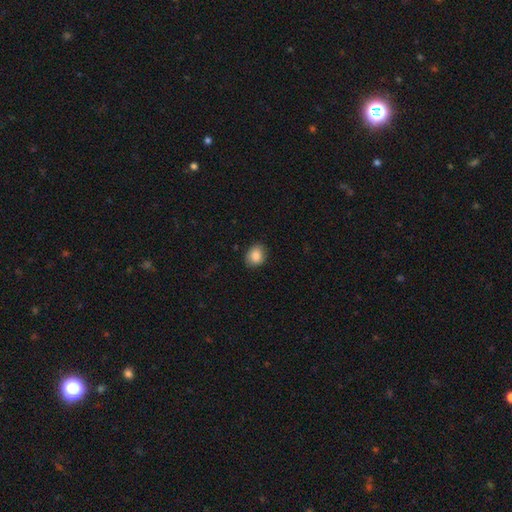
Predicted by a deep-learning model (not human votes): smooth_or_featured: smooth (p=0.86) [alt: star or artifact p=0.08]
how_rounded: round (p=0.51) [alt: in between p=0.48]
merging: none (p=0.85) [alt: minor disturbance p=0.12]